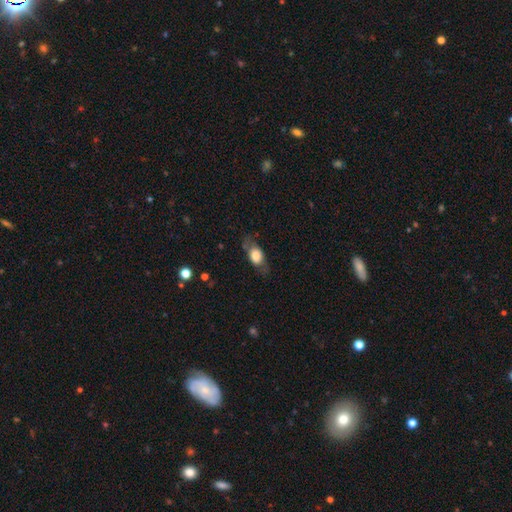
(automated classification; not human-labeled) Smooth or featured? smooth (64%)
How rounded? in between (79%)
Merging? none (70%)